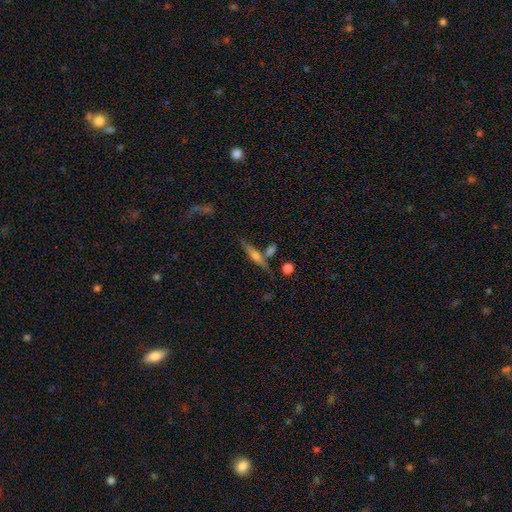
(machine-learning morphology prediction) Smooth or featured?
  - featured or disk: 63% *
  - smooth: 29%
  - star or artifact: 8%
Edge-on disk?
  - yes: 95% *
  - no: 5%
Edge-on bulge?
  - rounded: 83% *
  - none: 10%
  - boxy: 7%
Merging?
  - none: 73% *
  - merger: 12%
  - minor disturbance: 12%
  - major disturbance: 3%